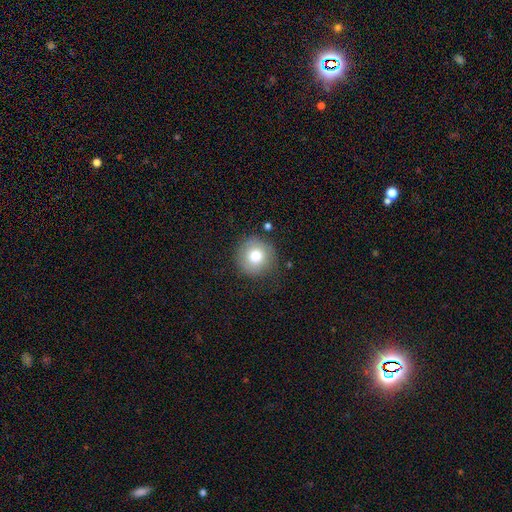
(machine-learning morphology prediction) A smooth galaxy with no disk features (76%) that is round (94%).

Vote fractions:
- Smooth or featured? smooth: 76% / featured or disk: 14% / star or artifact: 10%
- How rounded? round: 94% / in between: 5% / cigar-shaped: 1%
- Merging? none: 83% / minor disturbance: 11% / major disturbance: 4% / merger: 2%